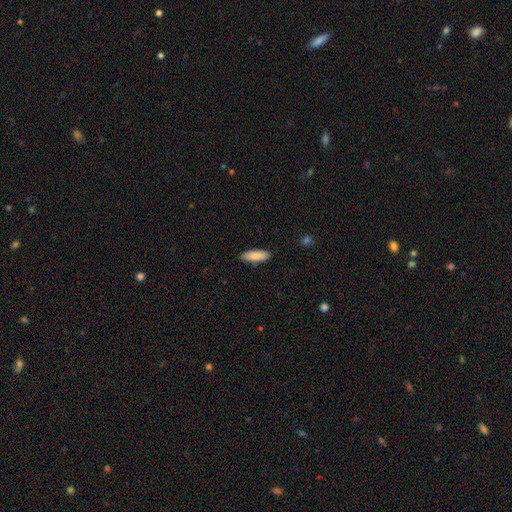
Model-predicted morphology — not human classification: Smooth or featured: smooth — 88% (featured or disk — 6%)
How rounded: in between — 61% (cigar-shaped — 37%)
Merging: none — 87% (minor disturbance — 9%)